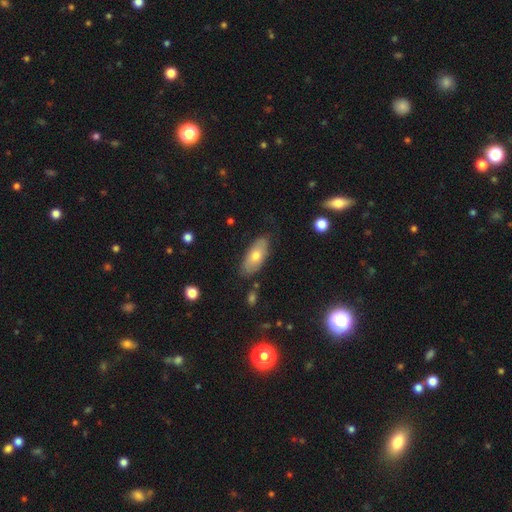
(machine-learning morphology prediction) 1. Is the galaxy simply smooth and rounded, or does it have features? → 65% smooth, 29% featured or disk, 6% star or artifact.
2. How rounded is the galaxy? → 86% in between, 11% cigar-shaped, 3% round.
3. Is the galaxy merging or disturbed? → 77% none, 18% minor disturbance, 4% major disturbance, 2% merger.